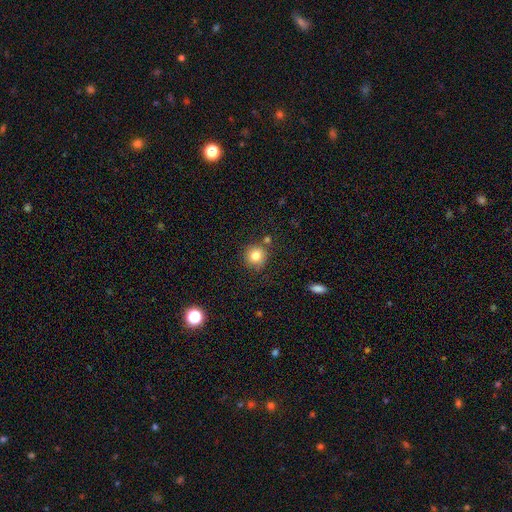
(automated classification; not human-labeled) Smooth or featured? Predicted: smooth (p=0.81). How rounded? Predicted: round (p=0.92). Merging? Predicted: none (p=0.78).